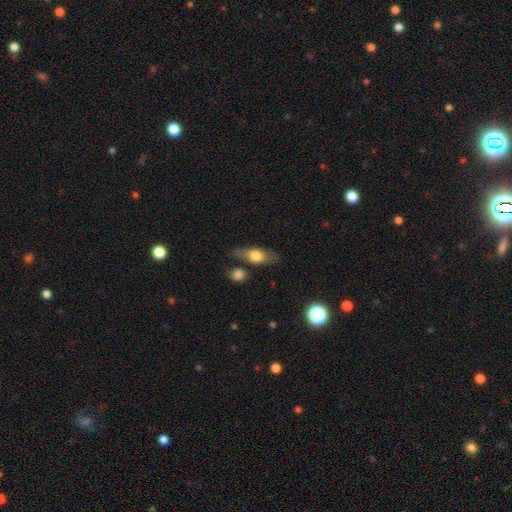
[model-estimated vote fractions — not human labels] Smooth or featured? Predicted: smooth (p=0.59). How rounded? Predicted: in between (p=0.65). Merging? Predicted: none (p=0.69).